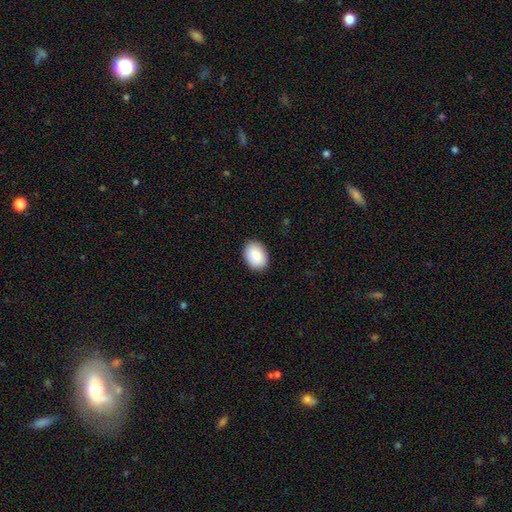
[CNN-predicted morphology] The model was most divided on "how rounded": in between: 78%, round: 21%, cigar-shaped: 1%. More confident: merging — none (88%); smooth or featured — smooth (87%).